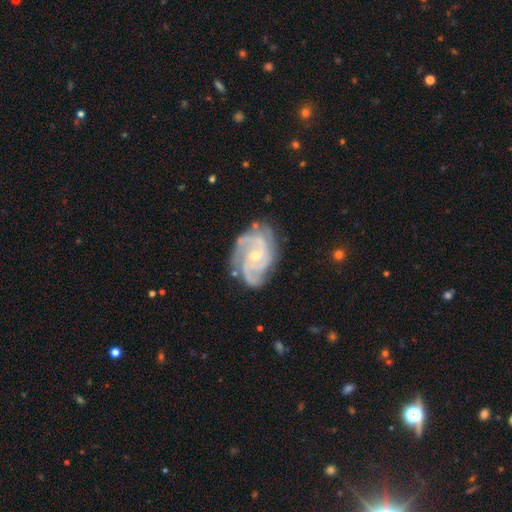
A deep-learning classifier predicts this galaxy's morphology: Q: Smooth or featured?
A: featured or disk (91%); runner-up: star or artifact (5%)
Q: Edge-on disk?
A: no (98%); runner-up: yes (2%)
Q: Bar?
A: no (65%); runner-up: weak (29%)
Q: Spiral arms?
A: yes (98%); runner-up: no (2%)
Q: Spiral winding?
A: tight (51%); runner-up: medium (42%)
Q: Spiral arm count?
A: 3 (47%); runner-up: 2 (19%)
Q: Bulge size?
A: small (70%); runner-up: moderate (27%)
Q: Merging?
A: none (73%); runner-up: minor disturbance (20%)